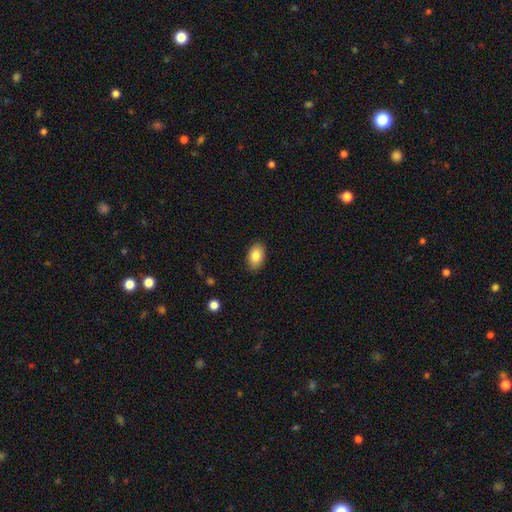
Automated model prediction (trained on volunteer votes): Smooth or featured?
  - smooth: 84% *
  - featured or disk: 9%
  - star or artifact: 7%
How rounded?
  - in between: 90% *
  - round: 9%
  - cigar-shaped: 1%
Merging?
  - none: 88% *
  - minor disturbance: 9%
  - major disturbance: 2%
  - merger: 1%